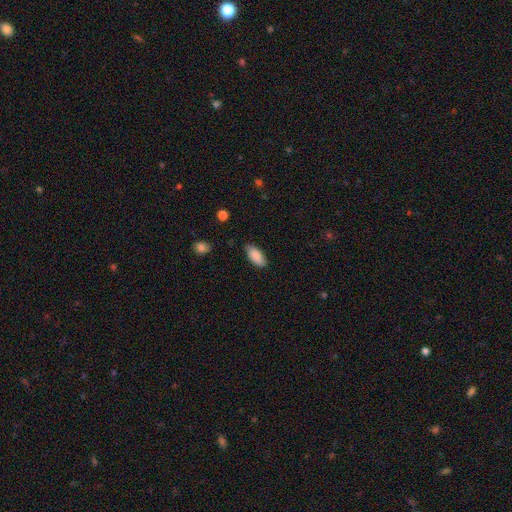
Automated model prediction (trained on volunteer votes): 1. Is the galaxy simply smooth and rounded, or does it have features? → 89% smooth, 6% star or artifact, 5% featured or disk.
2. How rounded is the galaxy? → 89% in between, 10% cigar-shaped, 2% round.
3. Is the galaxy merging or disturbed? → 83% none, 13% minor disturbance, 3% major disturbance, 1% merger.